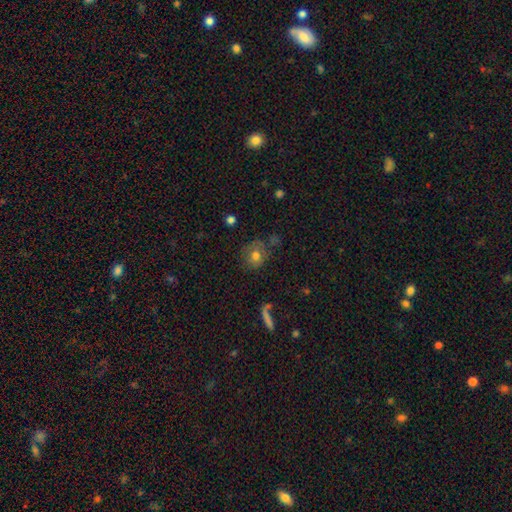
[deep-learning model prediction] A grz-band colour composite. It shows a smooth galaxy with no disk features (70%) that is round (72%). Merging: none (66%).